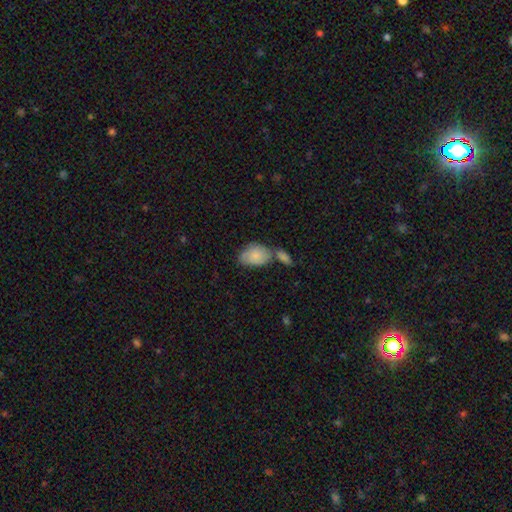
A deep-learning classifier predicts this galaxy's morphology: The model was most divided on "merging": none: 38%, merger: 35%, minor disturbance: 19%, major disturbance: 7%. More confident: how rounded — in between (83%); smooth or featured — smooth (72%).